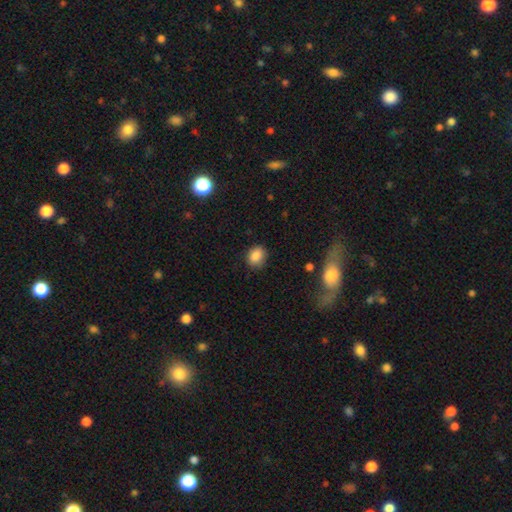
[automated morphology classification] Smooth or featured: smooth — 86% (star or artifact — 9%)
How rounded: in between — 51% (round — 48%)
Merging: none — 82% (minor disturbance — 14%)